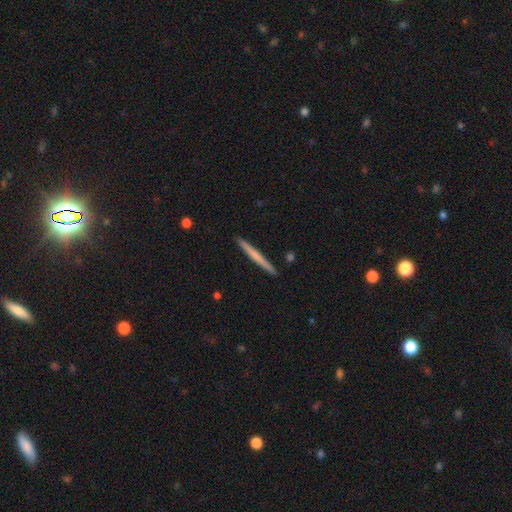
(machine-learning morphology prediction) A smooth galaxy with no disk features (53%) that is cigar-shaped (97%).

Vote fractions:
- Smooth or featured? smooth: 53% / featured or disk: 42% / star or artifact: 5%
- How rounded? cigar-shaped: 97% / in between: 2% / round: 1%
- Merging? none: 92% / minor disturbance: 5% / merger: 1% / major disturbance: 1%